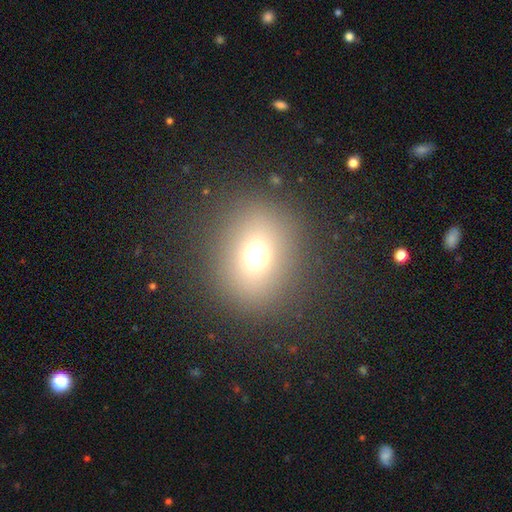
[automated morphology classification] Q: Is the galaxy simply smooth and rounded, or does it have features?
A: smooth — 68%.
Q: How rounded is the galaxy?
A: round — 72%.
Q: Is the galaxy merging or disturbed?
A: none — 87%.